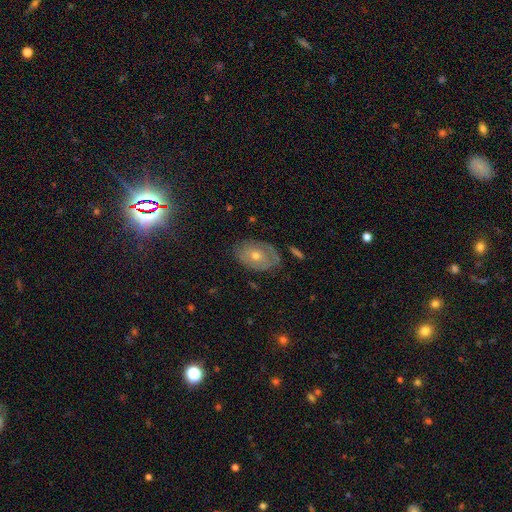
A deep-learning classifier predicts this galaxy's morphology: smooth_or_featured: featured or disk (p=0.54) [alt: smooth p=0.32]
disk_edge_on: no (p=0.92) [alt: yes p=0.08]
bar: no (p=0.85) [alt: weak p=0.12]
has_spiral_arms: no (p=0.52) [alt: yes p=0.48]
bulge_size: moderate (p=0.59) [alt: small p=0.36]
merging: none (p=0.71) [alt: minor disturbance p=0.20]